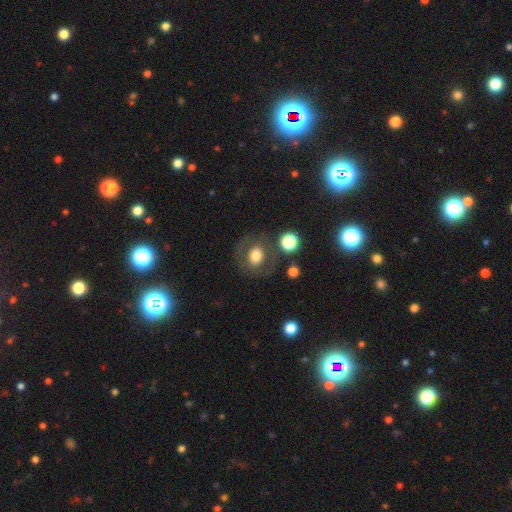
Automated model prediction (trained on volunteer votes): A smooth galaxy with no disk features (64%) that is round (67%).

Vote fractions:
- Smooth or featured? smooth: 64% / featured or disk: 26% / star or artifact: 10%
- How rounded? round: 67% / in between: 32% / cigar-shaped: 1%
- Merging? none: 75% / minor disturbance: 12% / major disturbance: 8% / merger: 5%